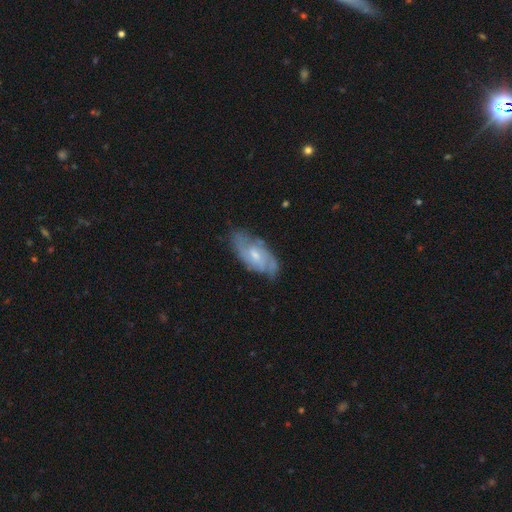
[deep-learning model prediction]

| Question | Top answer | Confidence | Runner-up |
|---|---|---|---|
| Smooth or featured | featured or disk | 77% | smooth (18%) |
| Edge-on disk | no | 93% | yes (7%) |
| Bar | no | 47% | weak (46%) |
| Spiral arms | yes | 92% | no (8%) |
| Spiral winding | medium | 46% | tight (38%) |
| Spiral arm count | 2 | 54% | can't tell (24%) |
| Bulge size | small | 50% | moderate (42%) |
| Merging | none | 69% | minor disturbance (22%) |